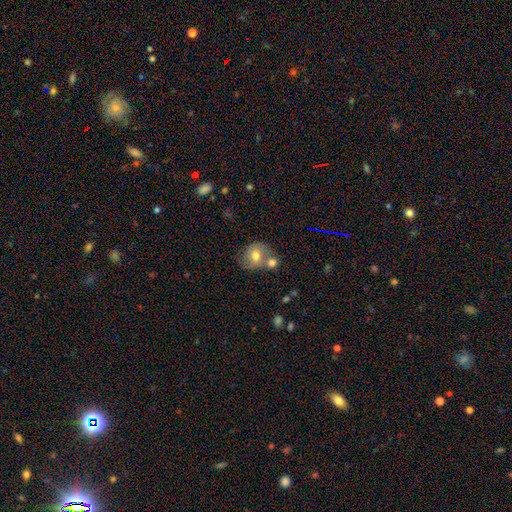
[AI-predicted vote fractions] Smooth or featured?
  - smooth: 61% *
  - featured or disk: 31%
  - star or artifact: 9%
How rounded?
  - round: 67% *
  - in between: 32%
  - cigar-shaped: 1%
Merging?
  - none: 44% *
  - merger: 33%
  - minor disturbance: 16%
  - major disturbance: 6%